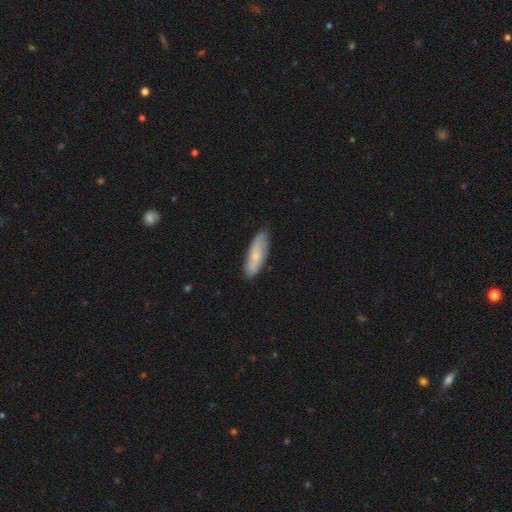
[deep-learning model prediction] Smooth or featured?
  - smooth: 63% *
  - featured or disk: 31%
  - star or artifact: 6%
How rounded?
  - in between: 53% *
  - cigar-shaped: 45%
  - round: 2%
Merging?
  - none: 82% *
  - minor disturbance: 14%
  - major disturbance: 2%
  - merger: 1%